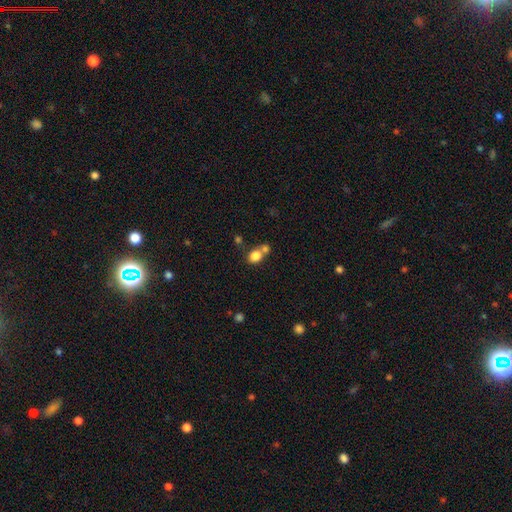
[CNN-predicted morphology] Smooth or featured: smooth — 81% (star or artifact — 11%)
How rounded: round — 61% (in between — 38%)
Merging: merger — 44% (none — 43%)